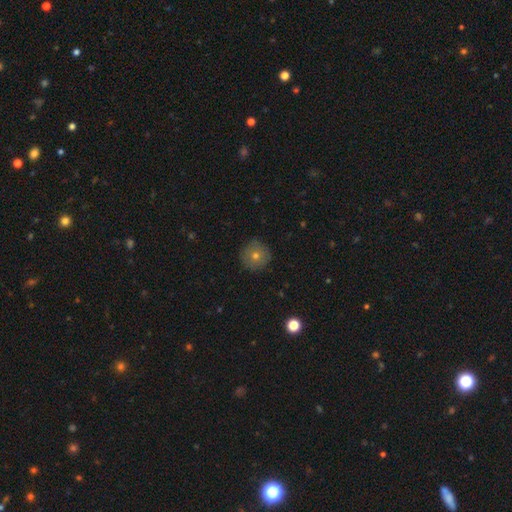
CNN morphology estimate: Smooth or featured: smooth — 67% (featured or disk — 21%)
How rounded: round — 96% (in between — 3%)
Merging: none — 89% (minor disturbance — 8%)